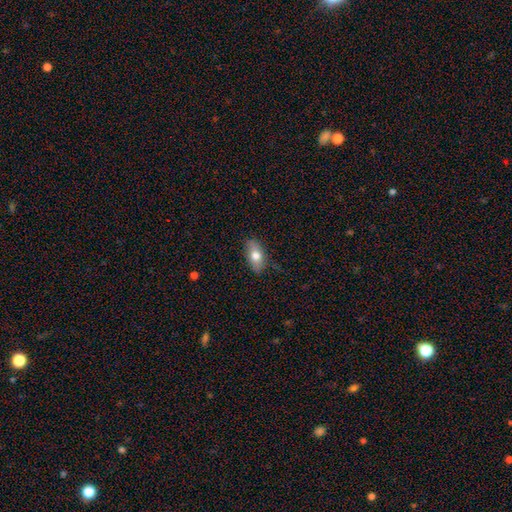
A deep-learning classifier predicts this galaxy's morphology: smooth-or-featured: smooth: 71% | featured or disk: 22% | star or artifact: 7%
  how-rounded: in between: 88% | cigar-shaped: 7% | round: 5%
  merging: none: 82% | minor disturbance: 15% | major disturbance: 3% | merger: 1%